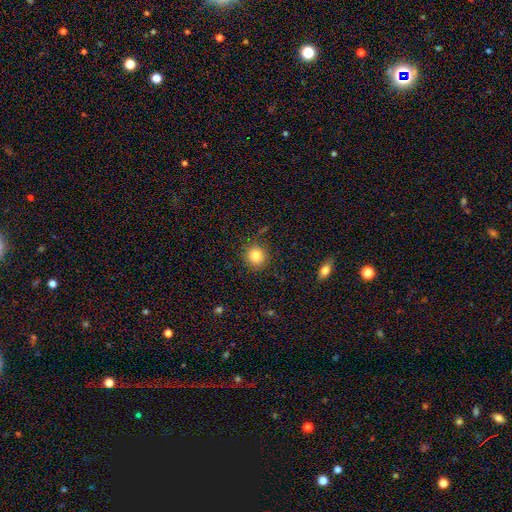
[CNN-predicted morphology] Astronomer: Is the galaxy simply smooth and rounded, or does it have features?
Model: smooth — 82%.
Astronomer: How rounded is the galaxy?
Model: round — 88%.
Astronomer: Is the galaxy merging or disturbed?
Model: none — 87%.